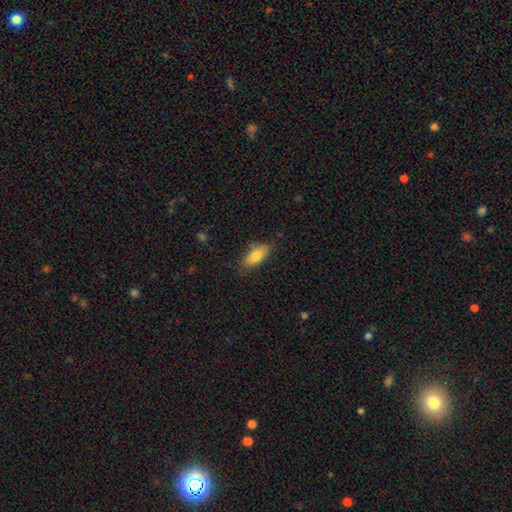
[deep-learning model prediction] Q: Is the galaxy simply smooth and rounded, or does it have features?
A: smooth — 80%.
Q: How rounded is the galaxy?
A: in between — 80%.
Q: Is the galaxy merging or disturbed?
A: none — 78%.